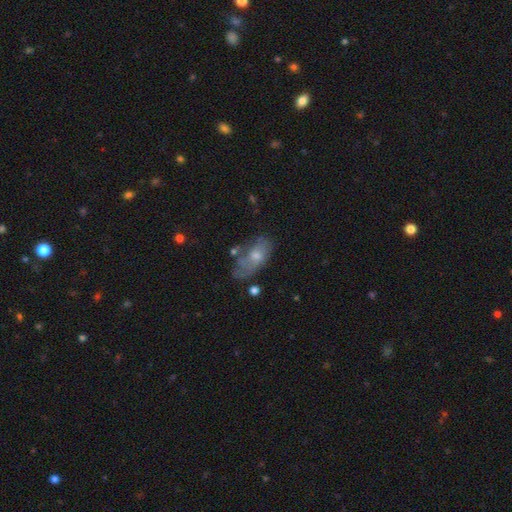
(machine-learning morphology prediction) Q: Smooth or featured?
A: smooth (48%); runner-up: featured or disk (41%)
Q: Merging?
A: none (45%); runner-up: minor disturbance (29%)